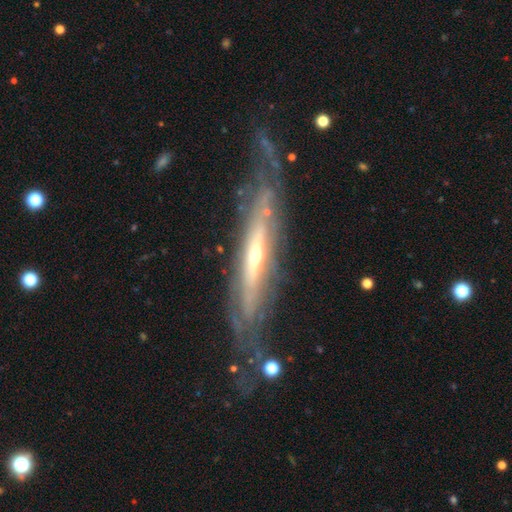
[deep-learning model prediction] Q: Smooth or featured?
A: featured or disk (84%); runner-up: smooth (10%)
Q: Edge-on disk?
A: yes (51%); runner-up: no (49%)
Q: Merging?
A: none (62%); runner-up: minor disturbance (21%)